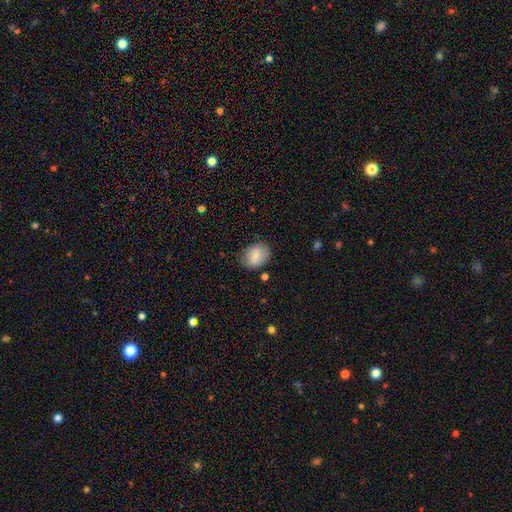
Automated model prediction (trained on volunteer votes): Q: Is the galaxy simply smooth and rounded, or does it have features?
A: smooth — 79%.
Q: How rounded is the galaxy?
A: in between — 62%.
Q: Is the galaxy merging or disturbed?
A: none — 79%.